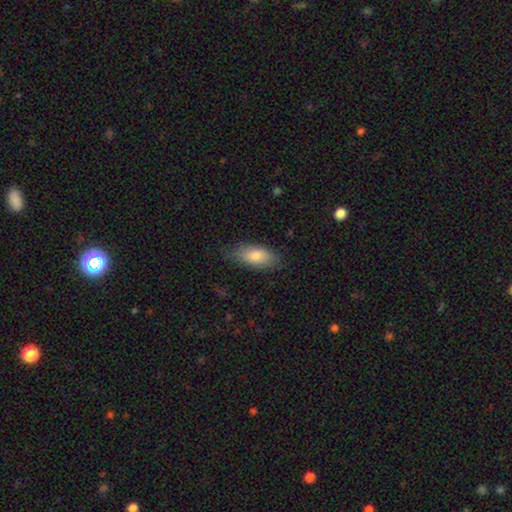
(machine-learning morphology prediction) type=smooth (83%); roundness=in between (85%); merging=none (80%).